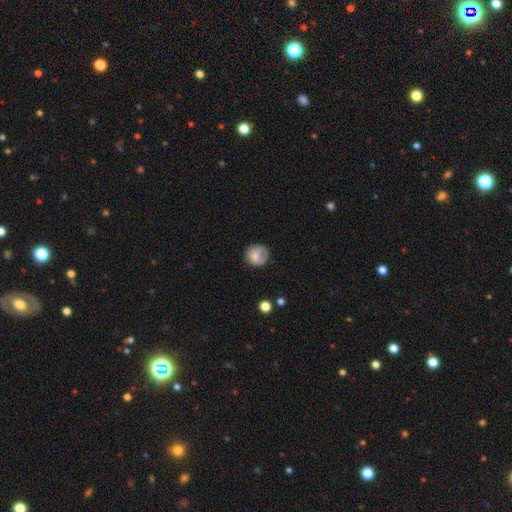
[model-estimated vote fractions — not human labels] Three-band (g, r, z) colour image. It shows a smooth galaxy with no disk features (76%) that is round (79%). Merging: none (58%).